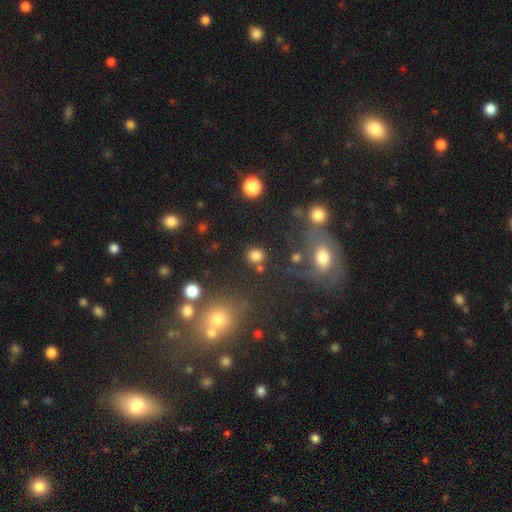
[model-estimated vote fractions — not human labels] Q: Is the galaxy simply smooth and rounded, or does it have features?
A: smooth — 81%.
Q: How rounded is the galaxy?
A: round — 80%.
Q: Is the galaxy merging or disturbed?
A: none — 78%.